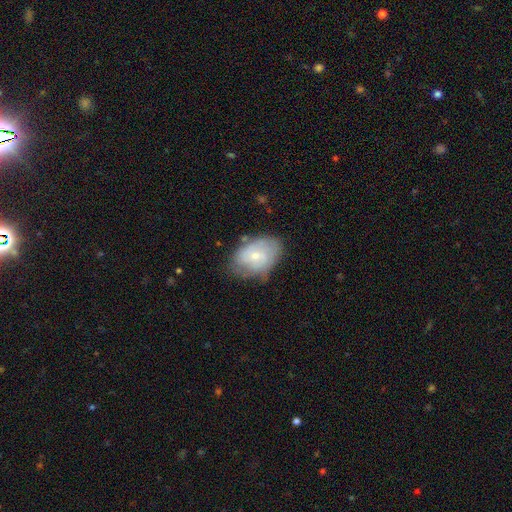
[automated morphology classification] smooth-or-featured: smooth: 48% | featured or disk: 45% | star or artifact: 7%
  merging: none: 61% | minor disturbance: 28% | major disturbance: 9% | merger: 3%